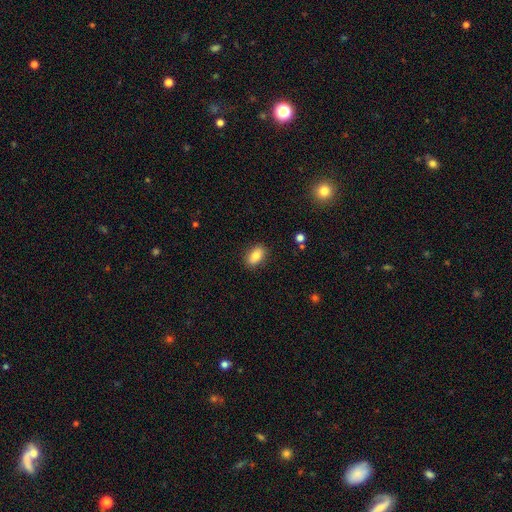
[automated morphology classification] type=smooth (81%); roundness=in between (88%); merging=none (87%).